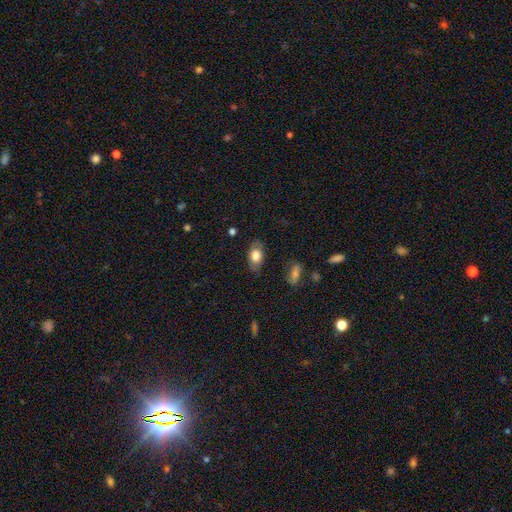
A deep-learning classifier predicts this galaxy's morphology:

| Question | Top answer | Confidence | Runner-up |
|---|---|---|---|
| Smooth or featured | smooth | 78% | featured or disk (15%) |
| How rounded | in between | 87% | round (10%) |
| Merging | none | 78% | minor disturbance (17%) |